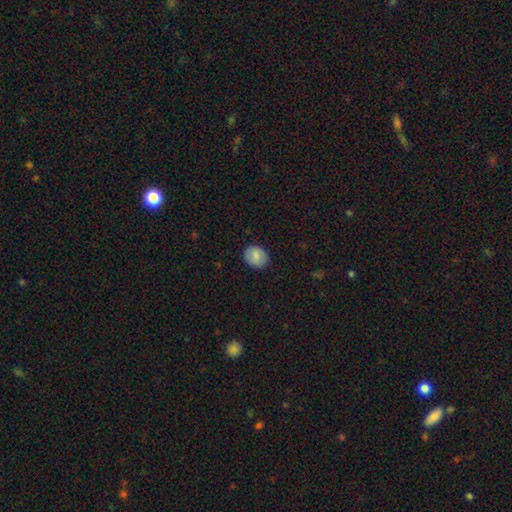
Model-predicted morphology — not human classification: smooth 83%, featured or disk 10%, star or artifact 8%. Down the decision tree: how rounded — round (68%); merging — none (88%).